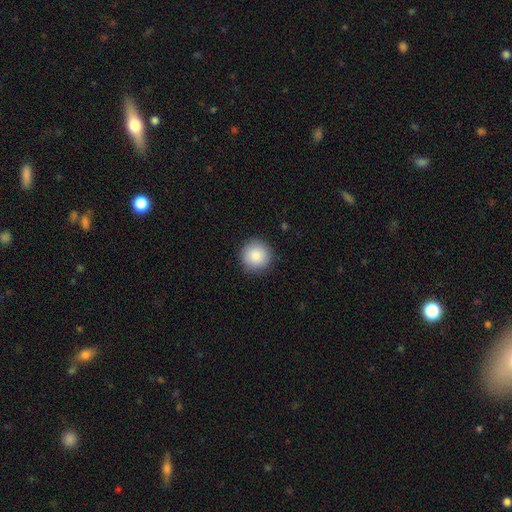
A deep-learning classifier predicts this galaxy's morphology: Overall: smooth (87%). How rounded: round (95%). Merging: none (90%).